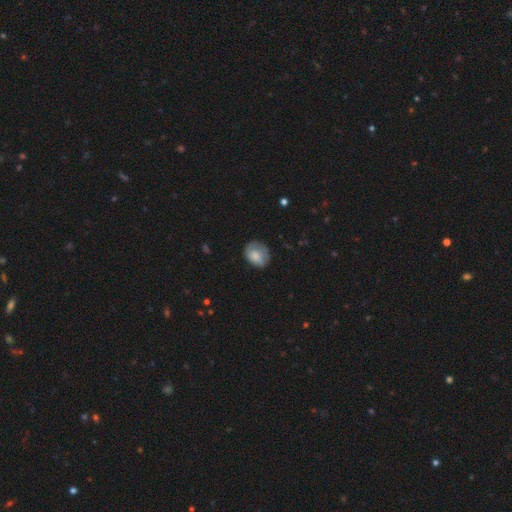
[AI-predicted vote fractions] This is likely a smooth galaxy (75%). How rounded: possibly in between (51%). Merging: likely none (60%).